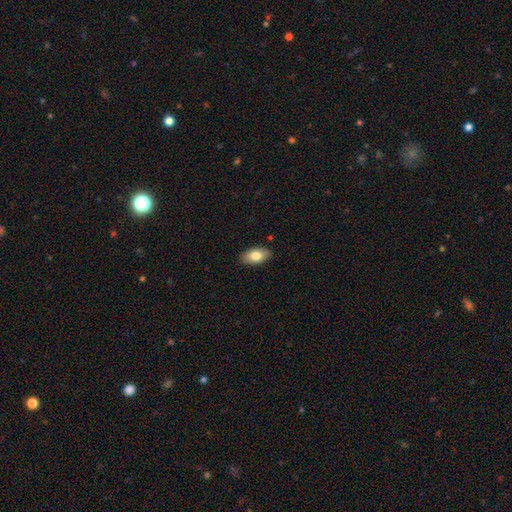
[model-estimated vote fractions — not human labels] Q: Smooth or featured?
A: smooth (80%); runner-up: featured or disk (13%)
Q: How rounded?
A: in between (93%); runner-up: round (5%)
Q: Merging?
A: none (88%); runner-up: minor disturbance (9%)